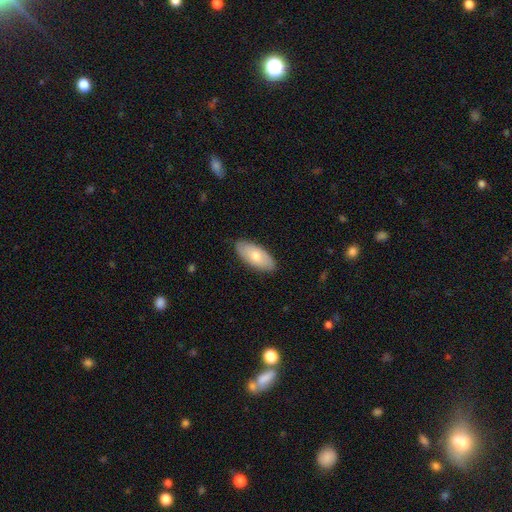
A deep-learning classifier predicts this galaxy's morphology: smooth_or_featured: smooth (p=0.67) [alt: featured or disk p=0.28]
how_rounded: in between (p=0.90) [alt: cigar-shaped p=0.07]
merging: none (p=0.85) [alt: minor disturbance p=0.12]